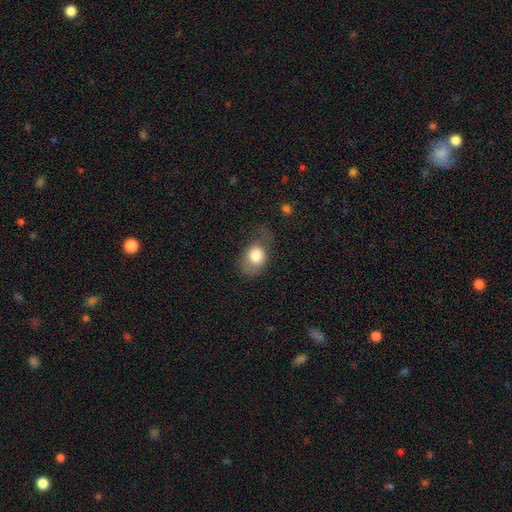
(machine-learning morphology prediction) Smooth or featured? Predicted: smooth (p=0.79). How rounded? Predicted: in between (p=0.58). Merging? Predicted: none (p=0.40).